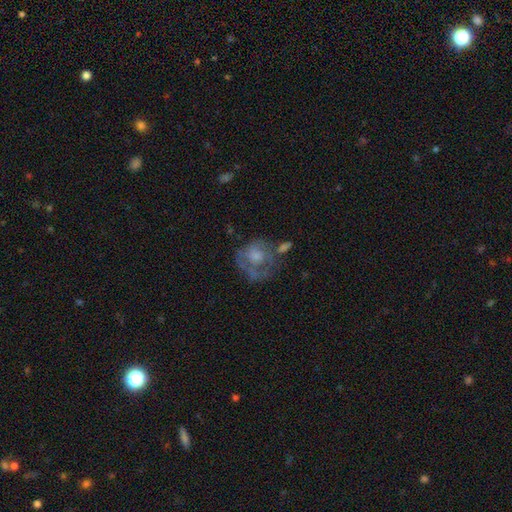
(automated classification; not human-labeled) Smooth or featured? Predicted: featured or disk (p=0.60). Edge-on disk? Predicted: no (p=0.97). Bar? Predicted: no (p=0.83). Spiral arms? Predicted: no (p=0.56). Bulge size? Predicted: moderate (p=0.45). Merging? Predicted: none (p=0.45).